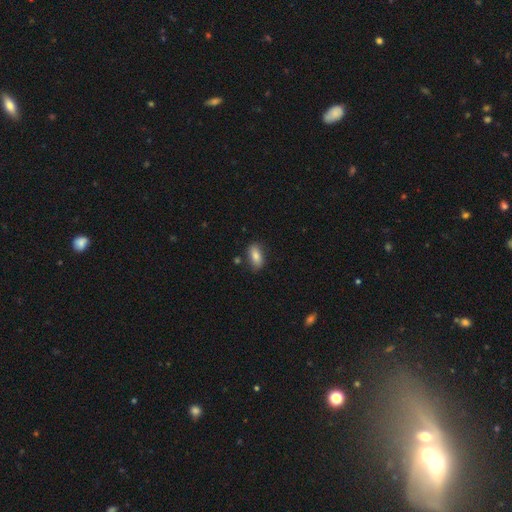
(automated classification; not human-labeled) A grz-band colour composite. It shows a smooth galaxy with no disk features (83%) that is in between round and cigar-shaped (87%). Merging: none (81%).